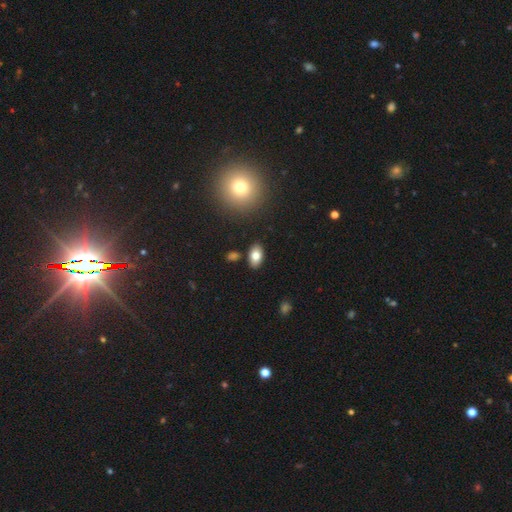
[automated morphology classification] smooth-or-featured: smooth: 80% | featured or disk: 12% | star or artifact: 9%
  how-rounded: in between: 91% | round: 7% | cigar-shaped: 2%
  merging: none: 86% | minor disturbance: 9% | merger: 3% | major disturbance: 2%